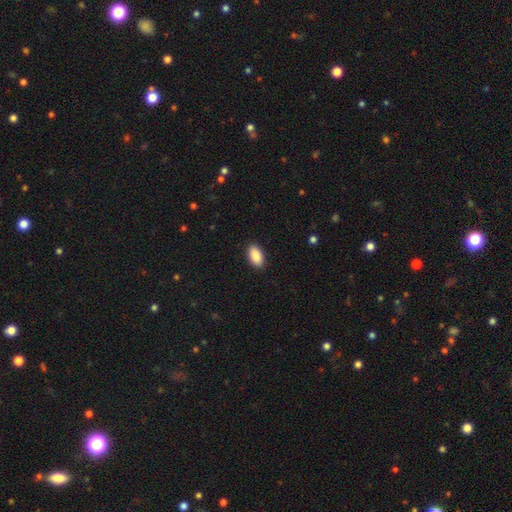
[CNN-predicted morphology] type=smooth (90%); roundness=in between (94%); merging=none (90%).